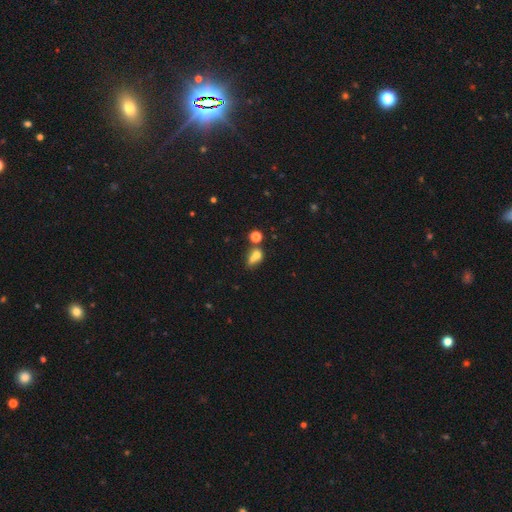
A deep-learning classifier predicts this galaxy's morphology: smooth_or_featured: smooth (p=0.66) [alt: featured or disk p=0.19]
how_rounded: in between (p=0.48) [tied with: round p=0.48]
merging: merger (p=0.53) [alt: none p=0.28]